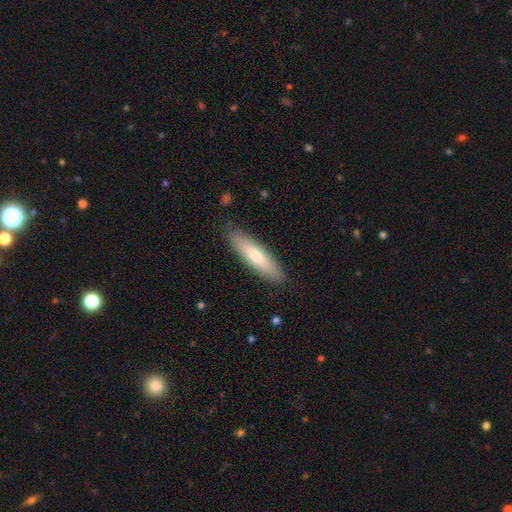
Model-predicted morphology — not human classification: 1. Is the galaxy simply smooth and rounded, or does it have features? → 70% smooth, 25% featured or disk, 6% star or artifact.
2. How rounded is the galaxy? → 70% cigar-shaped, 29% in between, 1% round.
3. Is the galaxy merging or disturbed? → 87% none, 10% minor disturbance, 2% major disturbance, 1% merger.